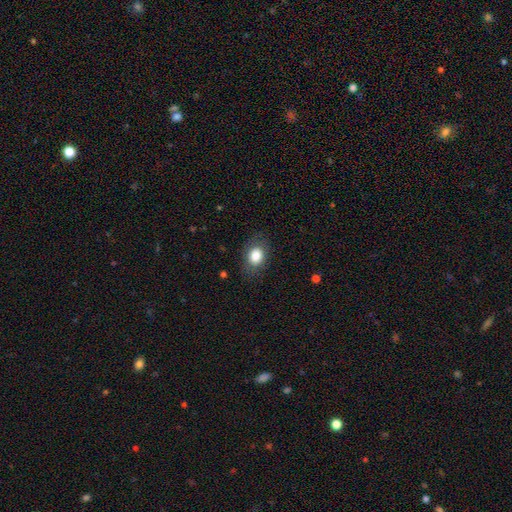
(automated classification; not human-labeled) smooth_or_featured: smooth (p=0.82) [alt: featured or disk p=0.10]
how_rounded: in between (p=0.69) [alt: round p=0.30]
merging: none (p=0.80) [alt: minor disturbance p=0.14]